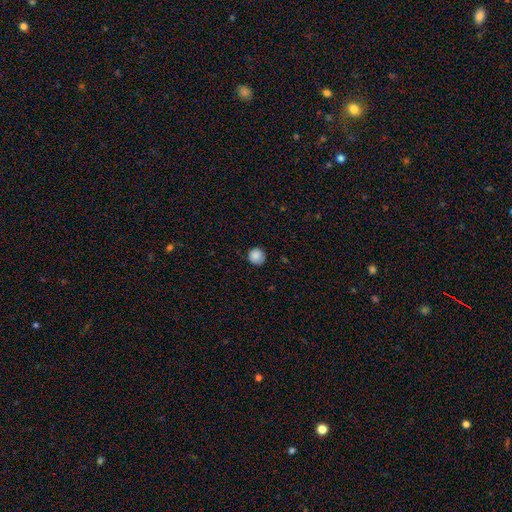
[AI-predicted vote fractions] smooth_or_featured: smooth (p=0.87) [alt: star or artifact p=0.09]
how_rounded: round (p=0.93) [alt: in between p=0.06]
merging: none (p=0.86) [alt: minor disturbance p=0.11]